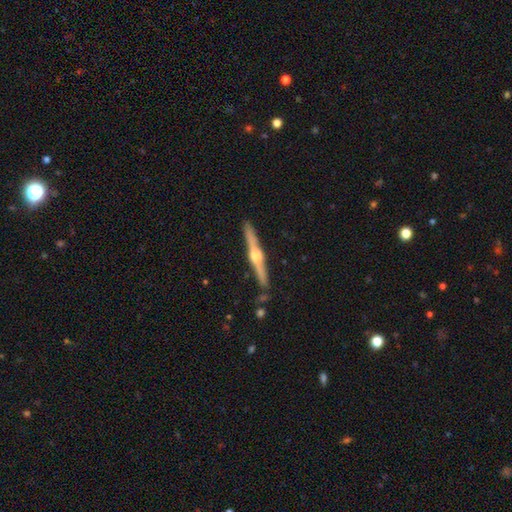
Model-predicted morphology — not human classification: This is likely a featured or disk galaxy (79%). It is clearly viewed edge-on (98%). Edge-on bulge: clearly rounded (94%). Merging: clearly none (90%).